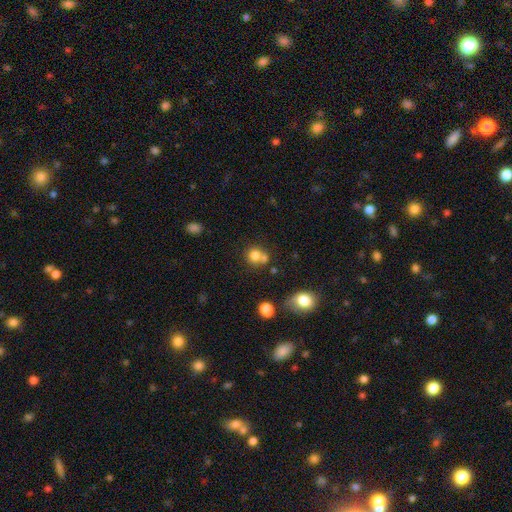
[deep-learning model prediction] Smooth or featured: smooth — 78% (star or artifact — 12%)
How rounded: round — 84% (in between — 15%)
Merging: none — 49% (merger — 37%)